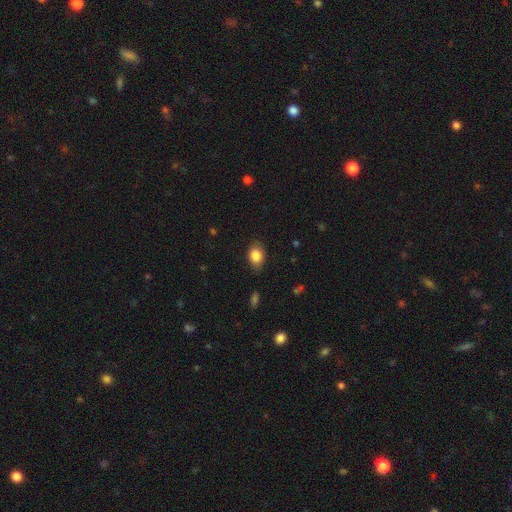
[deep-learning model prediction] Morphology: type=smooth (85%); roundness=in between (78%); merging=none (78%).